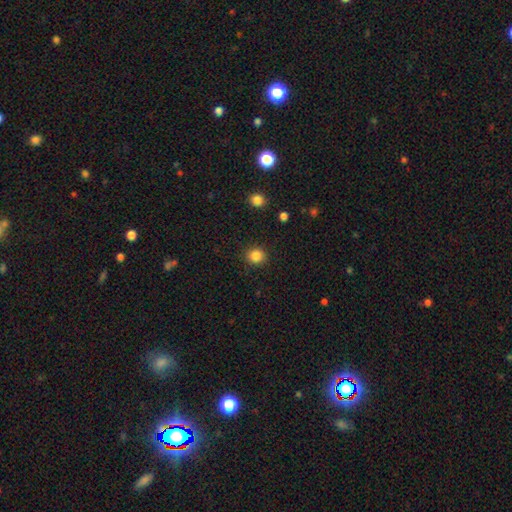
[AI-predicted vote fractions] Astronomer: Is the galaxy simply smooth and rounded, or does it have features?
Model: smooth — 85%.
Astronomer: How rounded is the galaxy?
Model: round — 88%.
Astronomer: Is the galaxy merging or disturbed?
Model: none — 90%.